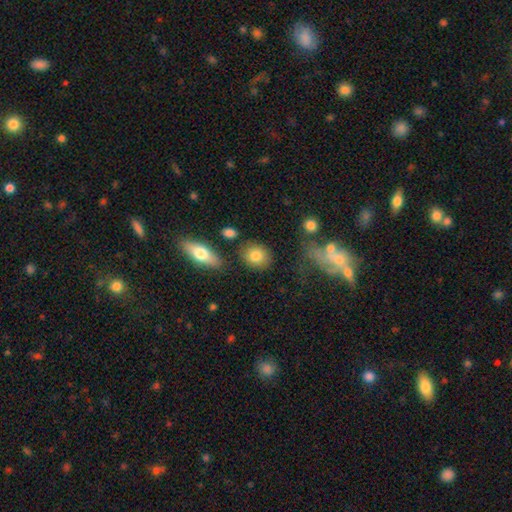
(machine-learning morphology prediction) Smooth or featured? smooth (81%)
How rounded? round (60%)
Merging? none (80%)